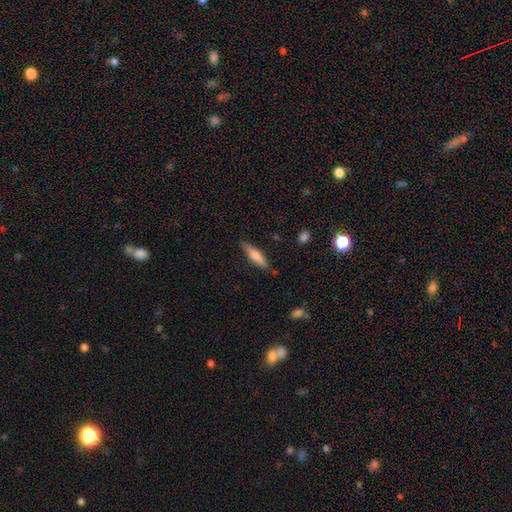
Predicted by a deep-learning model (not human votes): This is likely a smooth galaxy (69%). How rounded: likely cigar-shaped (77%). Merging: clearly none (81%).